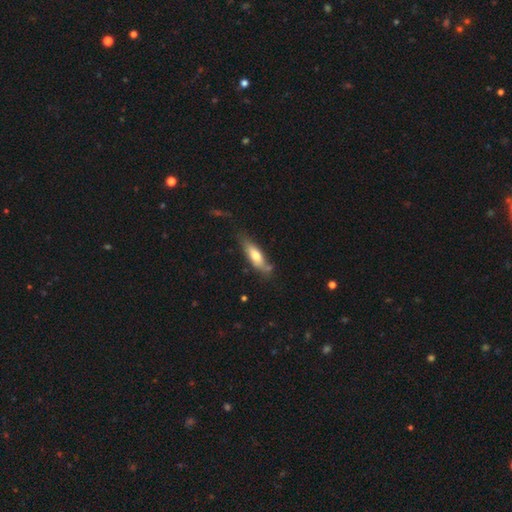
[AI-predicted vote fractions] Q: Smooth or featured?
A: smooth (64%); runner-up: featured or disk (30%)
Q: How rounded?
A: cigar-shaped (51%); runner-up: in between (47%)
Q: Merging?
A: none (64%); runner-up: minor disturbance (24%)